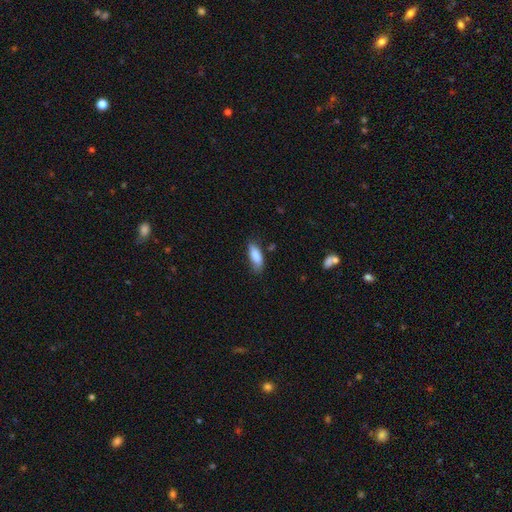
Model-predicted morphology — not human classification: Smooth or featured? smooth (85%)
How rounded? in between (74%)
Merging? none (66%)